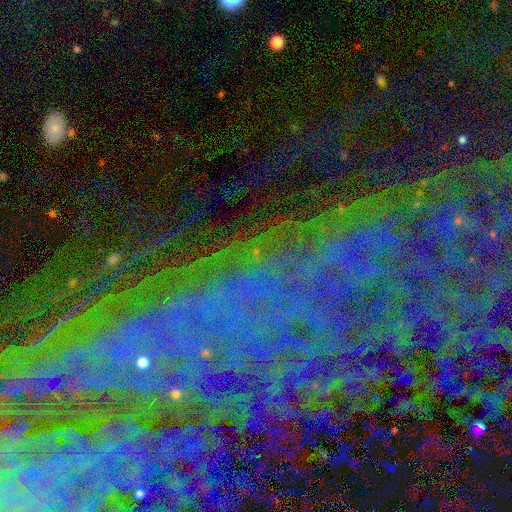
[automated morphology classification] Q: Smooth or featured?
A: star or artifact (71%); runner-up: featured or disk (18%)